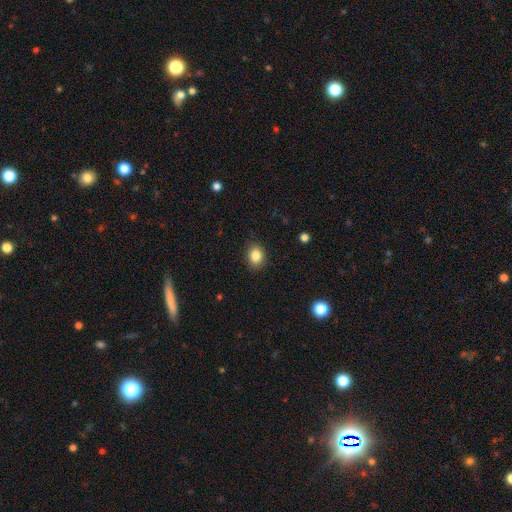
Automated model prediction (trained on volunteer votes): The model was most divided on "how rounded": in between: 50%, round: 49%, cigar-shaped: 1%. More confident: merging — none (86%); smooth or featured — smooth (85%).